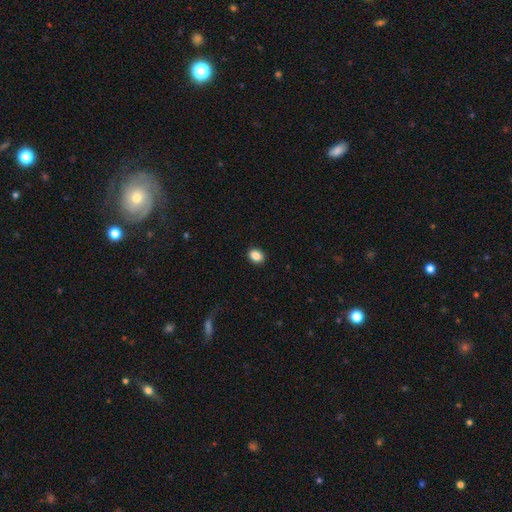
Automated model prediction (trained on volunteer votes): smooth-or-featured: smooth: 87% | star or artifact: 9% | featured or disk: 4%
  how-rounded: in between: 61% | round: 37% | cigar-shaped: 1%
  merging: none: 91% | minor disturbance: 6% | major disturbance: 2% | merger: 1%